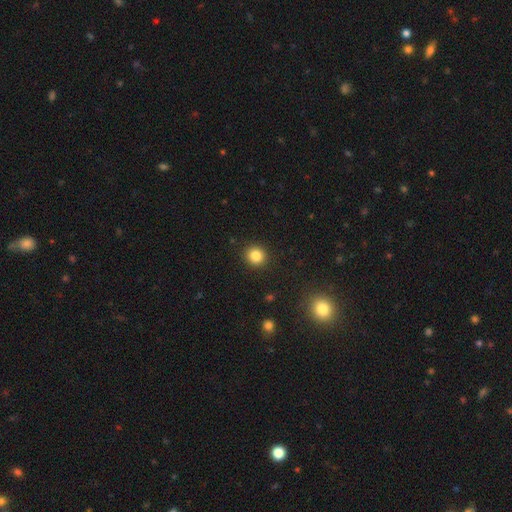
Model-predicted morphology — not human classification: smooth_or_featured: smooth (p=0.84) [alt: star or artifact p=0.11]
how_rounded: round (p=0.89) [alt: in between p=0.10]
merging: none (p=0.91) [alt: minor disturbance p=0.05]